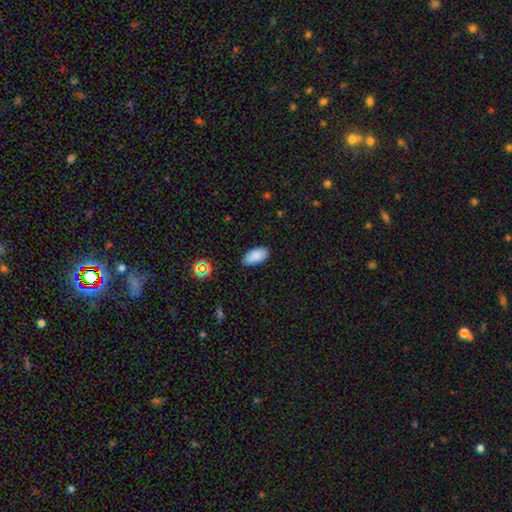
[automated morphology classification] This is clearly a smooth galaxy (85%). How rounded: clearly in between (94%). Merging: clearly none (83%).